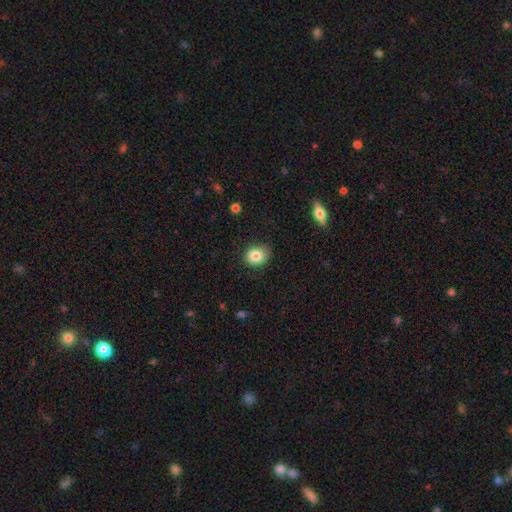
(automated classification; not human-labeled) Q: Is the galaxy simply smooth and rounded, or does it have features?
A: smooth — 83%.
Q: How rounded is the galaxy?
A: round — 58%.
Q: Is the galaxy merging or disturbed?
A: none — 81%.